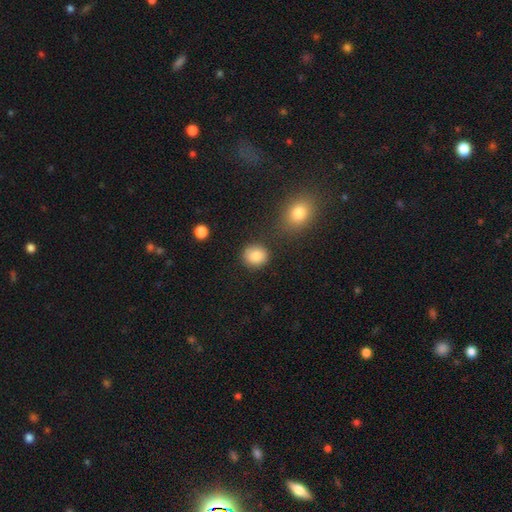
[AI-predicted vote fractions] Q: Smooth or featured?
A: smooth (85%); runner-up: star or artifact (9%)
Q: How rounded?
A: round (84%); runner-up: in between (15%)
Q: Merging?
A: none (84%); runner-up: minor disturbance (9%)